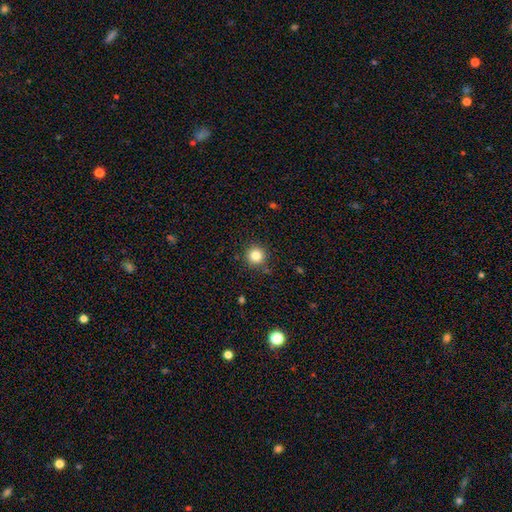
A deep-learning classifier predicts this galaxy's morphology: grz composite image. It shows a smooth galaxy with no disk features (83%) that is round (95%). Merging: none (89%).